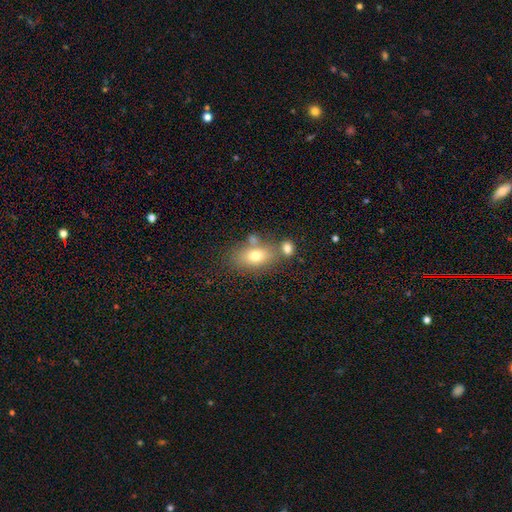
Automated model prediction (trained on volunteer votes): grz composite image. It shows a smooth galaxy with no disk features (73%) that is in between round and cigar-shaped (83%). Merging: none (58%).